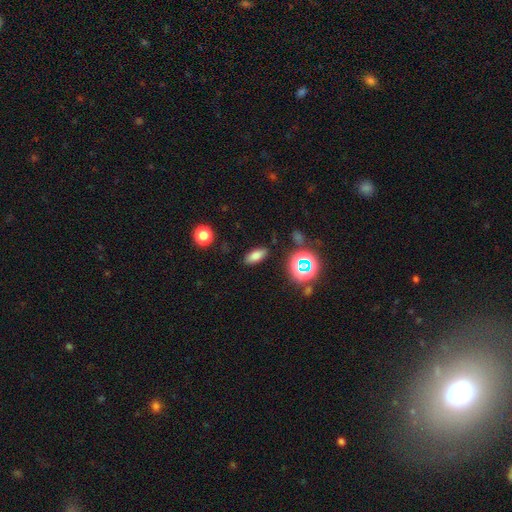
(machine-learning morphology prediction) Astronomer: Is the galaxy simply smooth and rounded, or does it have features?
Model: smooth — 76%.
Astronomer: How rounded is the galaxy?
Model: in between — 81%.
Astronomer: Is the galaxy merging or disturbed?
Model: none — 86%.